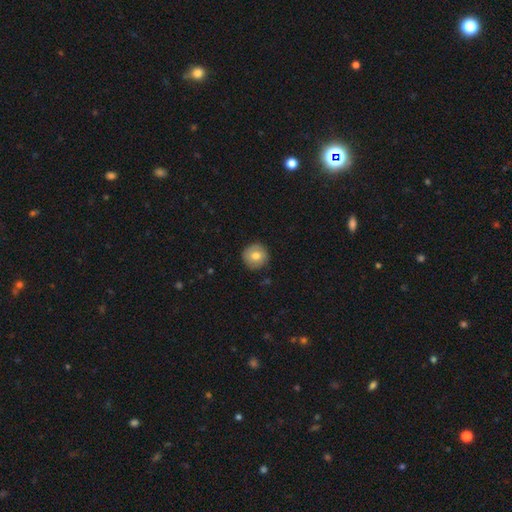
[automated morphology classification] smooth-or-featured: smooth: 74% | featured or disk: 18% | star or artifact: 8%
  how-rounded: round: 95% | in between: 4% | cigar-shaped: 1%
  merging: none: 88% | minor disturbance: 9% | major disturbance: 2% | merger: 1%